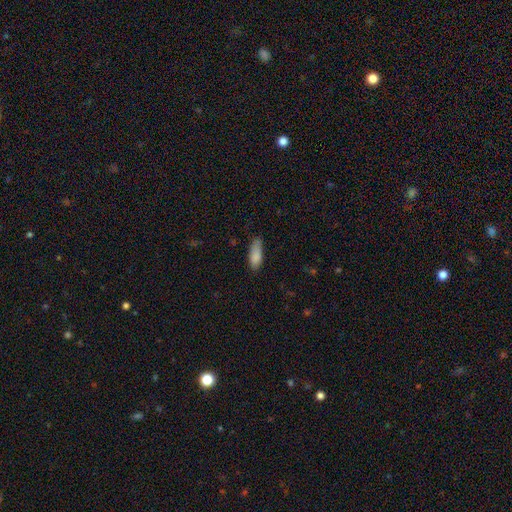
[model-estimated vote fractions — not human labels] This is clearly a smooth galaxy (86%). How rounded: likely in between (69%). Merging: likely none (64%).